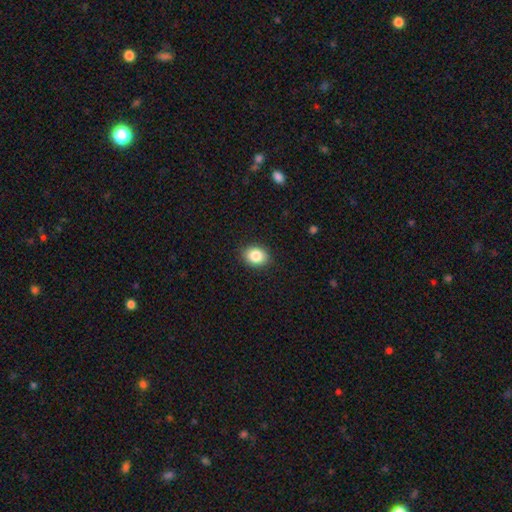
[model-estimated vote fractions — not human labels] smooth-or-featured: smooth: 85% | star or artifact: 9% | featured or disk: 6%
  how-rounded: in between: 56% | round: 43% | cigar-shaped: 1%
  merging: none: 89% | minor disturbance: 8% | major disturbance: 2% | merger: 1%